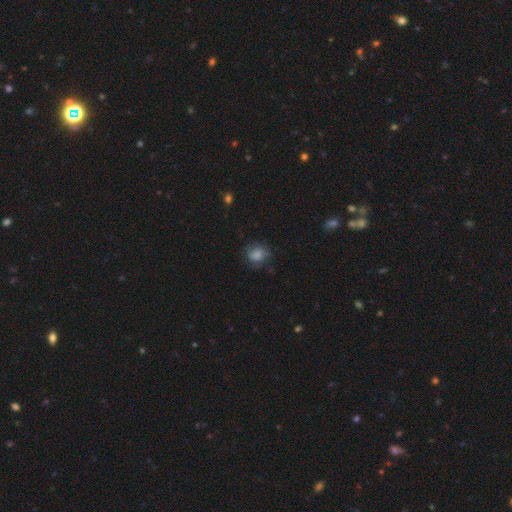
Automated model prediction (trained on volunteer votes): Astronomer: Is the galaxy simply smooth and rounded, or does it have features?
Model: smooth — 69%.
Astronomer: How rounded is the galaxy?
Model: round — 67%.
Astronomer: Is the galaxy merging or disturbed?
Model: none — 68%.